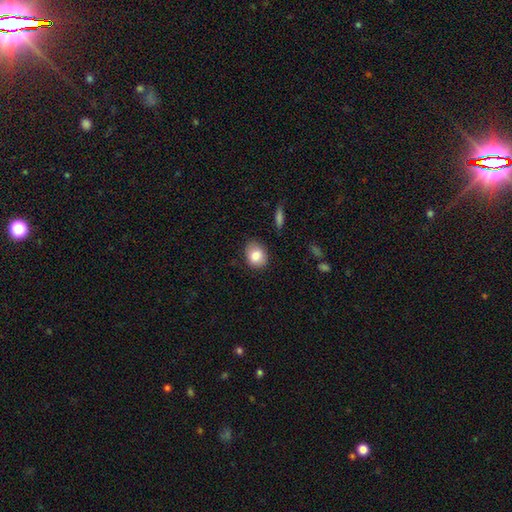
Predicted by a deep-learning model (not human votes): The model was most divided on "how rounded": round: 50%, in between: 49%, cigar-shaped: 1%. More confident: smooth or featured — smooth (84%); merging — none (82%).